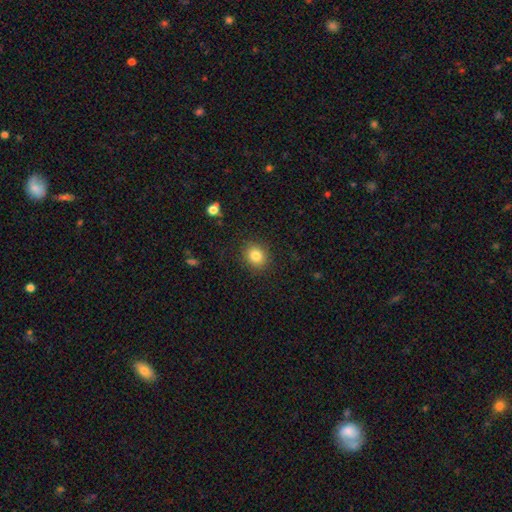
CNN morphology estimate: Smooth or featured?
  - smooth: 83% *
  - star or artifact: 11%
  - featured or disk: 7%
How rounded?
  - round: 75% *
  - in between: 25%
  - cigar-shaped: 1%
Merging?
  - none: 88% *
  - minor disturbance: 8%
  - major disturbance: 3%
  - merger: 1%